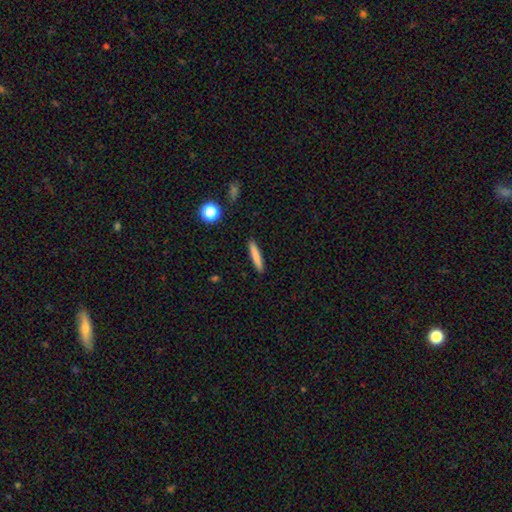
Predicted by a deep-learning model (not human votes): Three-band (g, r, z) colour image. It shows a smooth galaxy with no disk features (81%) that is cigar-shaped (92%). Merging: none (91%).